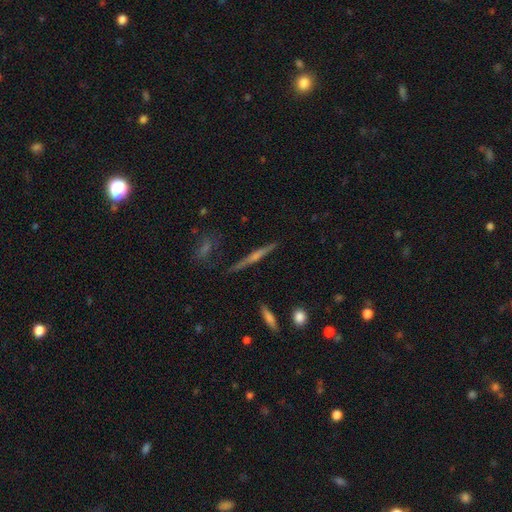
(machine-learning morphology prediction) Smooth or featured: featured or disk — 67% (smooth — 24%)
Edge-on disk: yes — 97% (no — 3%)
Edge-on bulge: rounded — 61% (none — 28%)
Merging: none — 86% (minor disturbance — 10%)